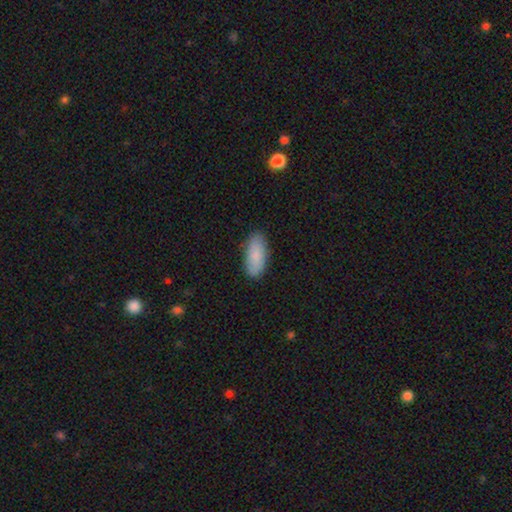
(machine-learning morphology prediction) A smooth galaxy with no disk features (87%) that is in between round and cigar-shaped (86%). Merging: none (86%).